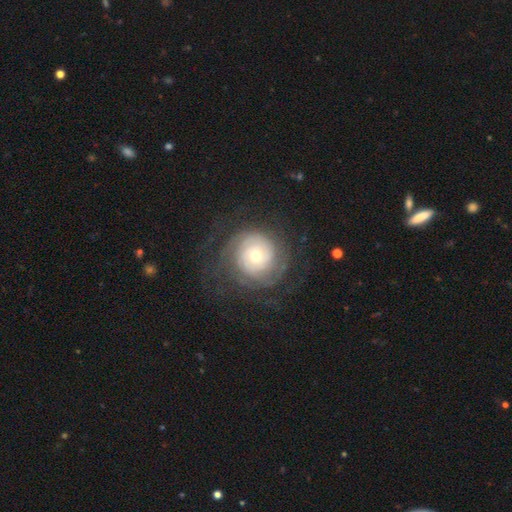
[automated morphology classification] Q: Smooth or featured?
A: featured or disk (71%); runner-up: smooth (21%)
Q: Edge-on disk?
A: no (97%); runner-up: yes (3%)
Q: Bar?
A: no (81%); runner-up: weak (15%)
Q: Spiral arms?
A: yes (88%); runner-up: no (12%)
Q: Spiral winding?
A: tight (71%); runner-up: medium (20%)
Q: Spiral arm count?
A: can't tell (42%); runner-up: 2 (27%)
Q: Bulge size?
A: moderate (60%); runner-up: small (30%)
Q: Merging?
A: none (71%); runner-up: major disturbance (14%)